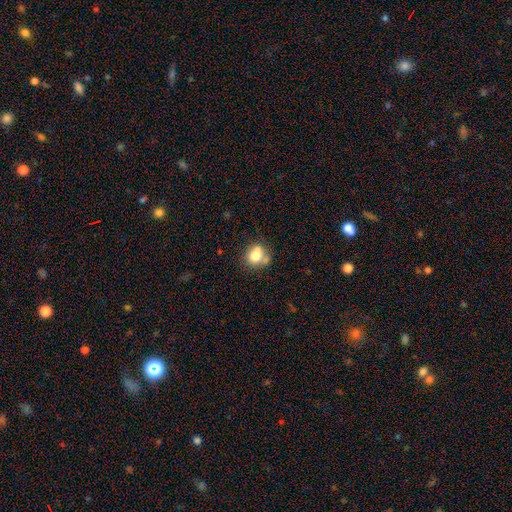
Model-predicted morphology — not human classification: type=smooth (72%); roundness=round (73%); merging=none (49%).